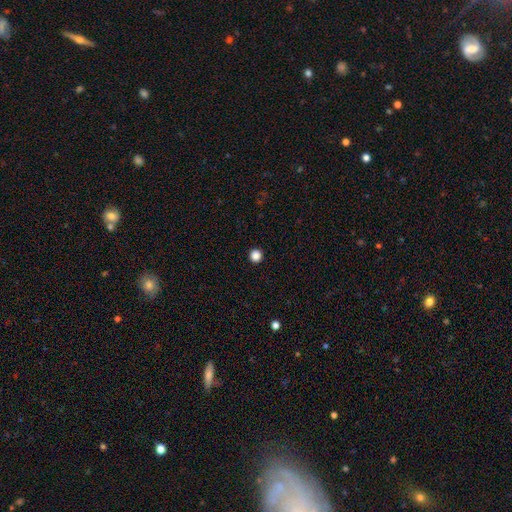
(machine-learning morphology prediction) Overall: smooth (86%). How rounded: round (96%). Merging: none (94%).